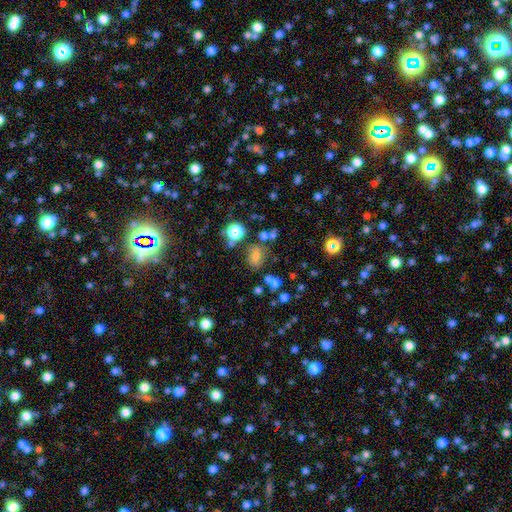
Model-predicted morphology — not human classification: Q: Smooth or featured?
A: smooth (54%); runner-up: star or artifact (34%)
Q: How rounded?
A: in between (61%); runner-up: round (38%)
Q: Merging?
A: none (74%); runner-up: minor disturbance (13%)